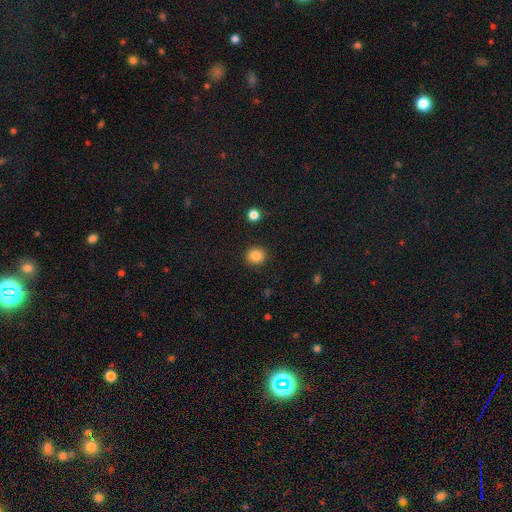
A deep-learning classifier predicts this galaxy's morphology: Smooth or featured? Predicted: smooth (p=0.85). How rounded? Predicted: round (p=0.84). Merging? Predicted: none (p=0.90).